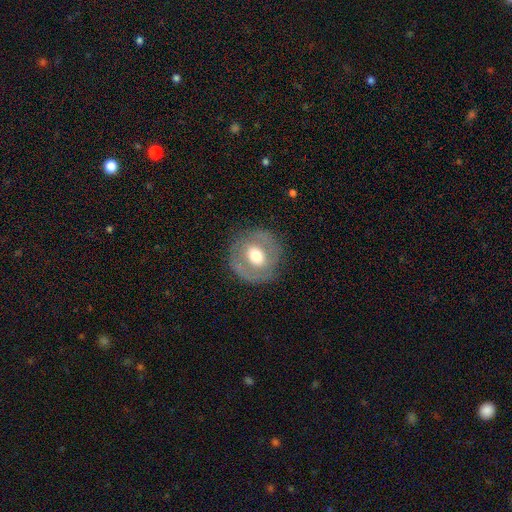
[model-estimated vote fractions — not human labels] A featured or disk galaxy (48%). Merging: none (82%).